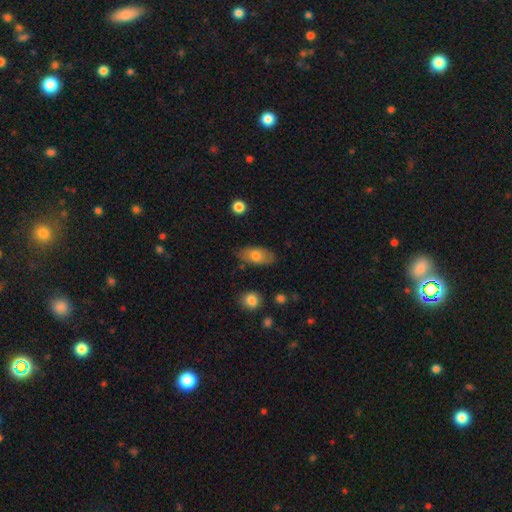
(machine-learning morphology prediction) type=smooth (73%); roundness=in between (89%); merging=none (77%).